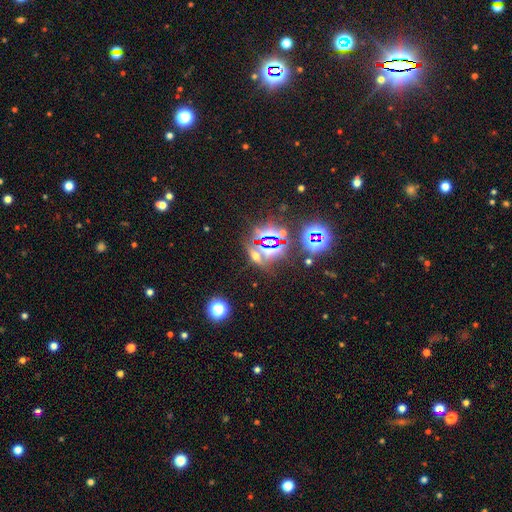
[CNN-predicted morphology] Smooth or featured: star or artifact — 59% (smooth — 26%)